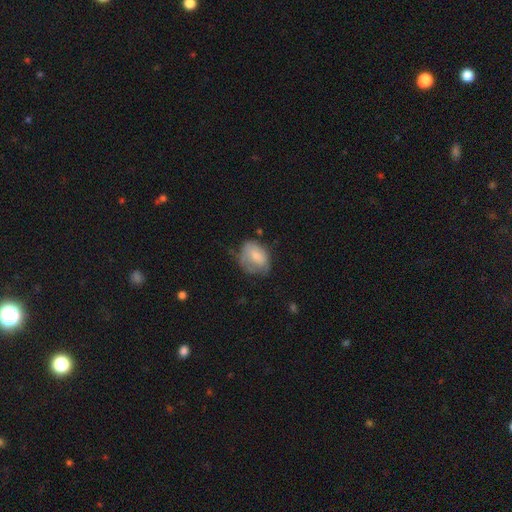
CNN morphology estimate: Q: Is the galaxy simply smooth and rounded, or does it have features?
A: smooth — 70%.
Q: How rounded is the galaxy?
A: in between — 68%.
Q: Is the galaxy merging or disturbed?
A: none — 41%.